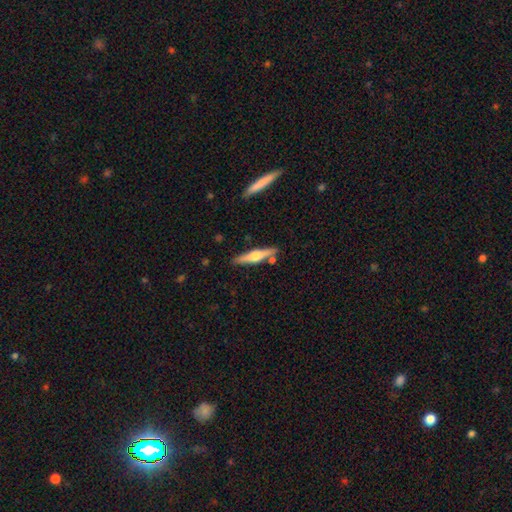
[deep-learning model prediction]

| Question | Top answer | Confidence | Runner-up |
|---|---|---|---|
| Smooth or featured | featured or disk | 62% | smooth (32%) |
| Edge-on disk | yes | 97% | no (3%) |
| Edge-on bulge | rounded | 92% | boxy (5%) |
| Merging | none | 84% | minor disturbance (9%) |